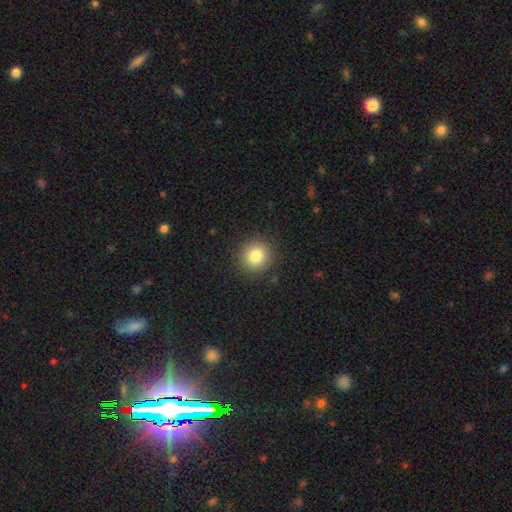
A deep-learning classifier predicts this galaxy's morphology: A smooth galaxy with no disk features (82%) that is round (92%).

Vote fractions:
- Smooth or featured? smooth: 82% / star or artifact: 11% / featured or disk: 7%
- How rounded? round: 92% / in between: 8% / cigar-shaped: 1%
- Merging? none: 90% / minor disturbance: 7% / major disturbance: 2% / merger: 1%